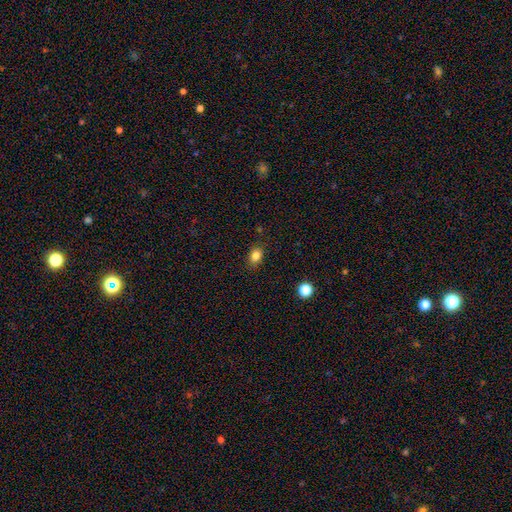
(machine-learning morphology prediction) smooth_or_featured: smooth (p=0.83) [alt: star or artifact p=0.11]
how_rounded: in between (p=0.69) [alt: round p=0.29]
merging: none (p=0.85) [alt: minor disturbance p=0.11]